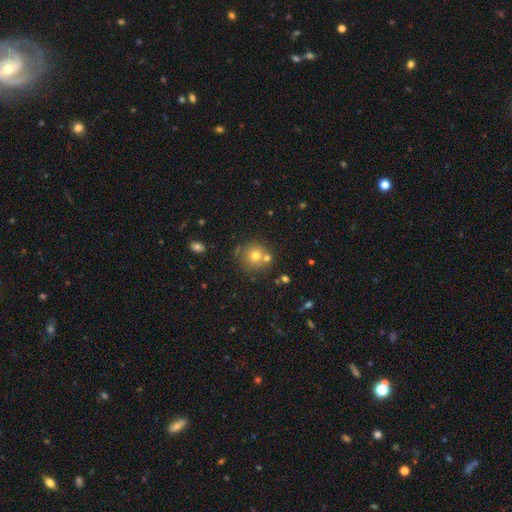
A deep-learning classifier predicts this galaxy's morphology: Smooth or featured? smooth (71%)
How rounded? round (91%)
Merging? none (67%)